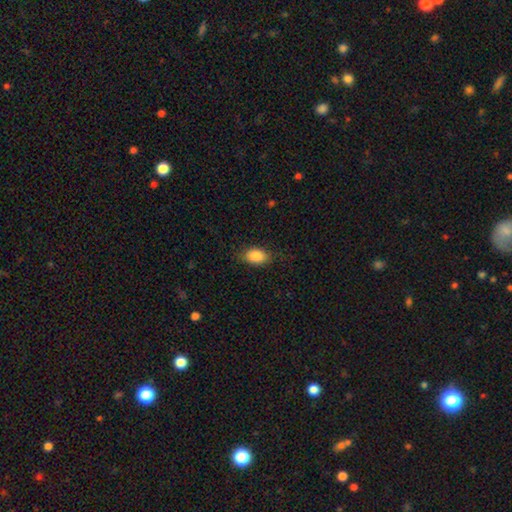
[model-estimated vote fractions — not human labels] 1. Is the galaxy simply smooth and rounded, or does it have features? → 86% smooth, 8% star or artifact, 6% featured or disk.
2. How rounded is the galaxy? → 85% in between, 13% round, 2% cigar-shaped.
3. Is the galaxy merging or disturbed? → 81% none, 14% minor disturbance, 4% major disturbance, 1% merger.